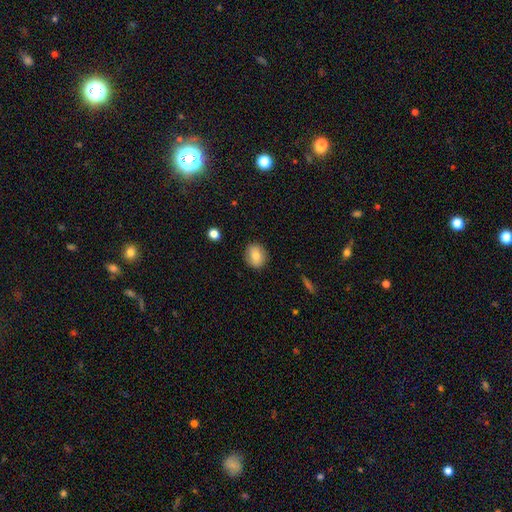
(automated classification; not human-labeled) Smooth or featured?
  - smooth: 79% *
  - featured or disk: 13%
  - star or artifact: 8%
How rounded?
  - round: 67% *
  - in between: 32%
  - cigar-shaped: 1%
Merging?
  - none: 88% *
  - minor disturbance: 9%
  - major disturbance: 2%
  - merger: 1%